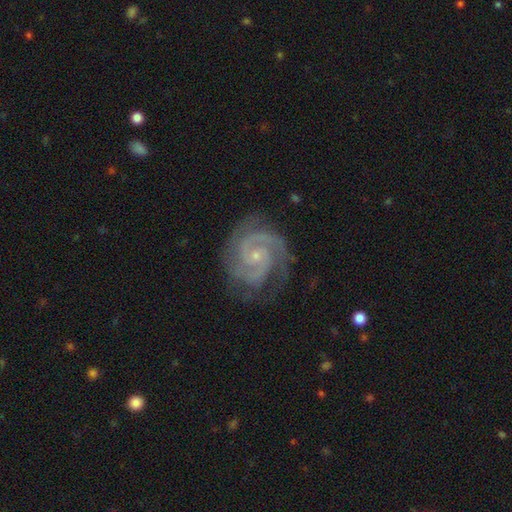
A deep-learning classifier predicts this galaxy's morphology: A featured or disk galaxy (93%) with no bar (66%), 2 (78%) tight (61%) spiral arms (99%) and a small central bulge (78%).

Vote fractions:
- Smooth or featured? featured or disk: 93% / star or artifact: 4% / smooth: 3%
- Edge-on disk? no: 98% / yes: 2%
- Bar? no: 66% / weak: 27% / strong: 7%
- Spiral arms? yes: 99% / no: 1%
- Spiral winding? tight: 61% / medium: 35% / loose: 4%
- Spiral arm count? 2: 78% / 3: 12% / can't tell: 4% / 4: 2% / 1: 2% / more than 4: 2%
- Bulge size? small: 78% / moderate: 17% / none: 3% / large: 1% / dominant: 1%
- Merging? none: 78% / minor disturbance: 16% / major disturbance: 5% / merger: 1%